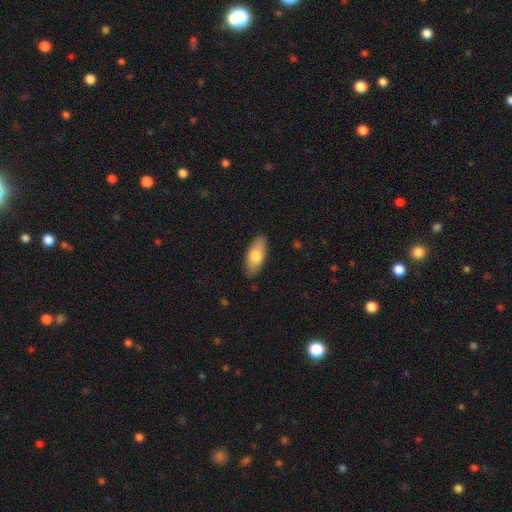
Smooth or featured: smooth — 69% (featured or disk — 28%)
How rounded: in between — 72% (cigar-shaped — 24%)
Merging: none — 80% (minor disturbance — 11%)